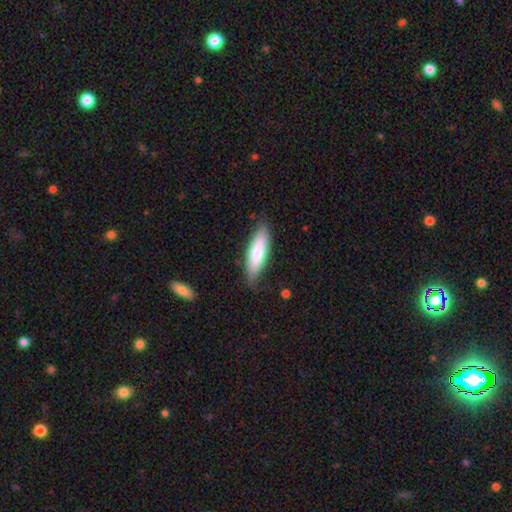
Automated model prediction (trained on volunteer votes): Q: Smooth or featured?
A: smooth (74%); runner-up: featured or disk (20%)
Q: How rounded?
A: cigar-shaped (55%); runner-up: in between (43%)
Q: Merging?
A: none (82%); runner-up: minor disturbance (14%)